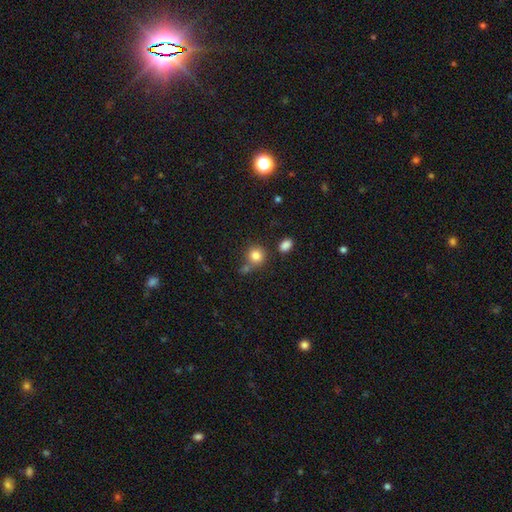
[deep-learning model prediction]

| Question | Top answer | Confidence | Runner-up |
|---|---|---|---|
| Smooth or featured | smooth | 82% | star or artifact (11%) |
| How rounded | round | 86% | in between (13%) |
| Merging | none | 66% | merger (18%) |